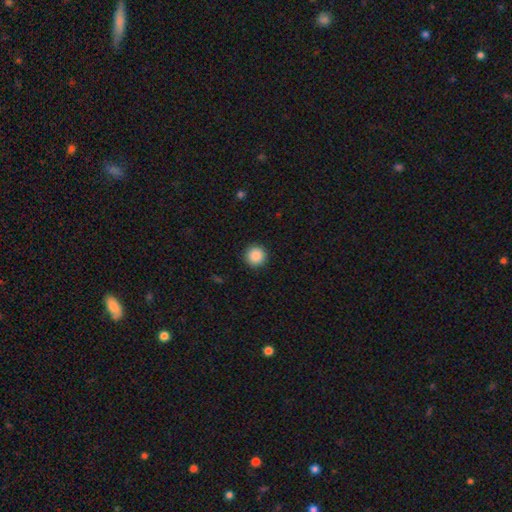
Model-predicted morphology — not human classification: Smooth or featured? Predicted: smooth (p=0.89). How rounded? Predicted: round (p=0.95). Merging? Predicted: none (p=0.93).